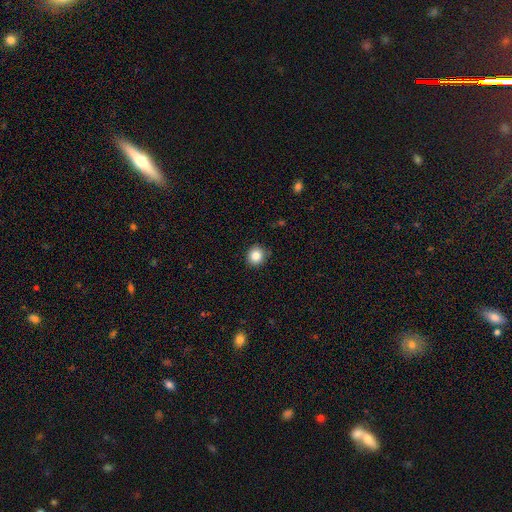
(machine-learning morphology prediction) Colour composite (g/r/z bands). It shows a smooth galaxy with no disk features (84%) that is round (89%). Merging: none (90%).